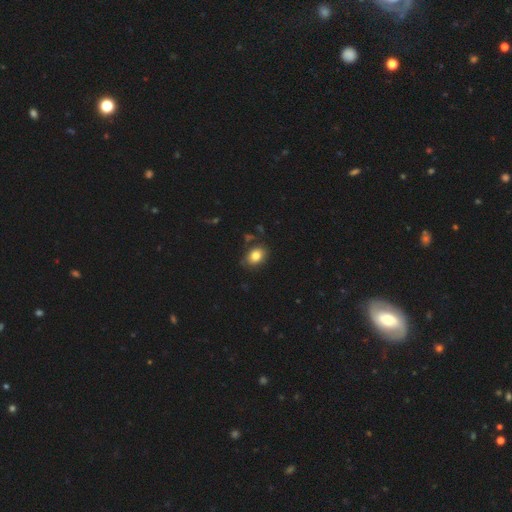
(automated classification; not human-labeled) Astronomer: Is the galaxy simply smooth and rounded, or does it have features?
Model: smooth — 81%.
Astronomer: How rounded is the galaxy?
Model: in between — 70%.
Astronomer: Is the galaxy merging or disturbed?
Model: none — 79%.